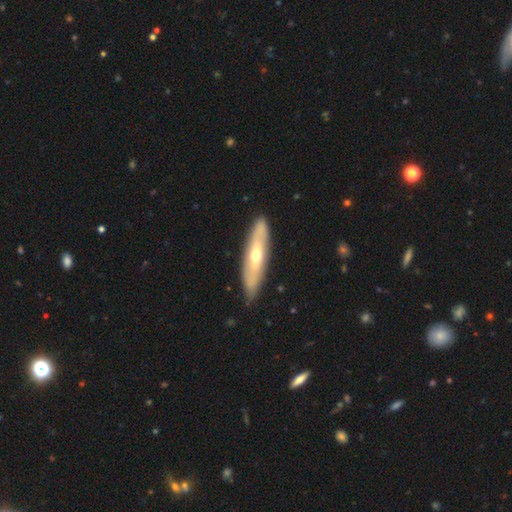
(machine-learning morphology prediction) A featured or disk galaxy (56%) viewed edge-on (55%).

Vote fractions:
- Smooth or featured? featured or disk: 56% / smooth: 38% / star or artifact: 5%
- Edge-on disk? yes: 55% / no: 45%
- Merging? none: 85% / minor disturbance: 12% / major disturbance: 2% / merger: 1%